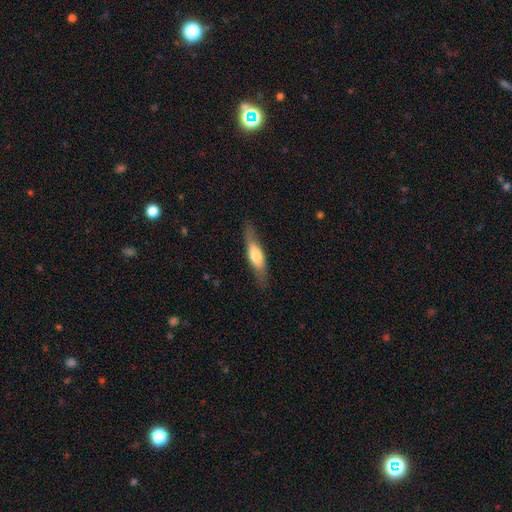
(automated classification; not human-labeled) smooth_or_featured: smooth (p=0.52) [alt: featured or disk p=0.43]
how_rounded: cigar-shaped (p=0.60) [alt: in between p=0.38]
merging: none (p=0.80) [alt: minor disturbance p=0.15]